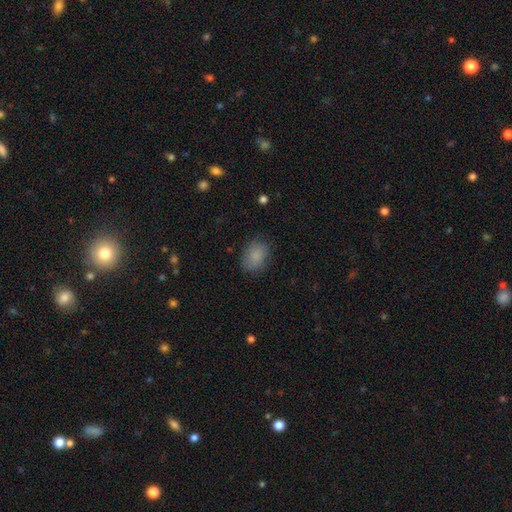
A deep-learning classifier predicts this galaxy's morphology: smooth_or_featured: smooth (p=0.85) [alt: star or artifact p=0.08]
how_rounded: in between (p=0.74) [alt: round p=0.25]
merging: none (p=0.79) [alt: minor disturbance p=0.15]